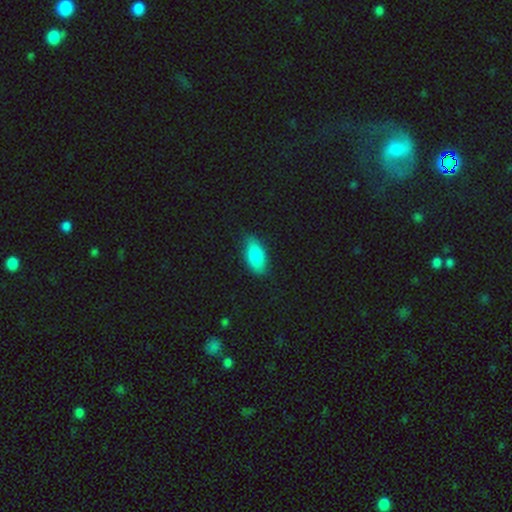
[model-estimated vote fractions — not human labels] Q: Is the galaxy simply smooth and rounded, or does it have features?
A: smooth — 83%.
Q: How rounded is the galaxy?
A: in between — 87%.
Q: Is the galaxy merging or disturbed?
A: none — 78%.